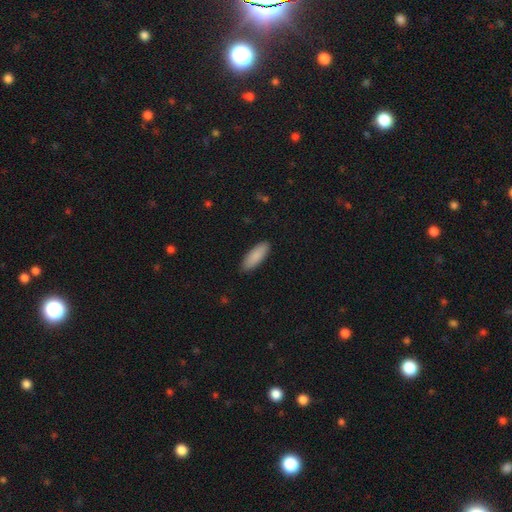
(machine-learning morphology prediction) type=smooth (89%); roundness=in between (63%); merging=none (88%).